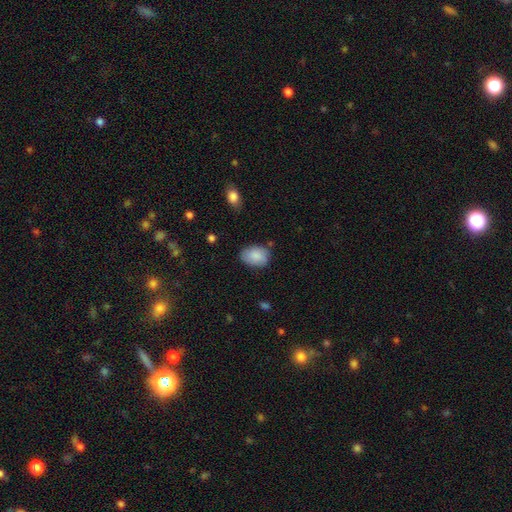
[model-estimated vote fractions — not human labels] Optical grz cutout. It shows a smooth galaxy with no disk features (86%) that is in between round and cigar-shaped (80%). Merging: none (74%).